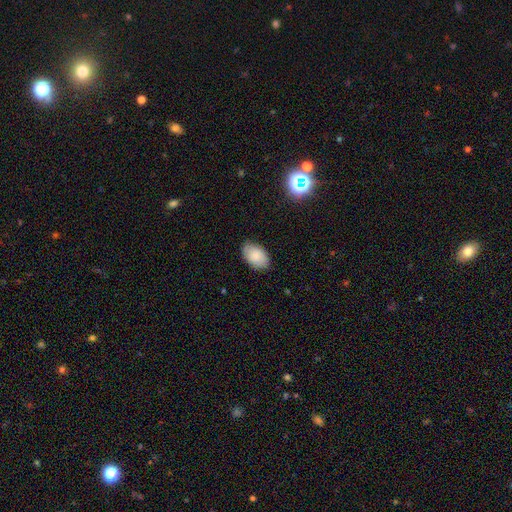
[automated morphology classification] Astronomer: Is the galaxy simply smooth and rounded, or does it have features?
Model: smooth — 84%.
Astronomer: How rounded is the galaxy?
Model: in between — 91%.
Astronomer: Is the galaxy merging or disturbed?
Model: none — 82%.